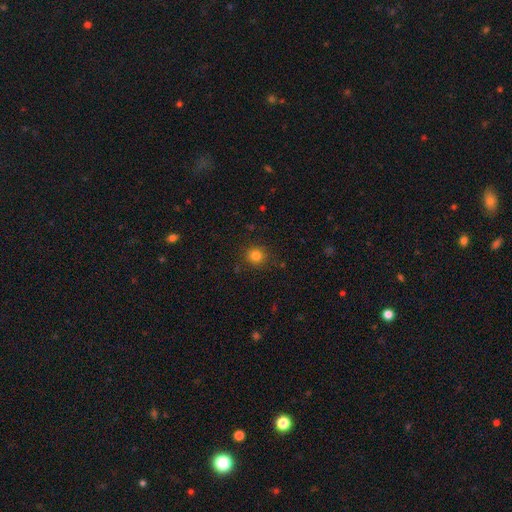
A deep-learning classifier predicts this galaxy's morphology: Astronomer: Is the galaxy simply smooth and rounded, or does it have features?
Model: smooth — 81%.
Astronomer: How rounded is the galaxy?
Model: round — 90%.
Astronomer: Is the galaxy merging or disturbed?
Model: none — 88%.